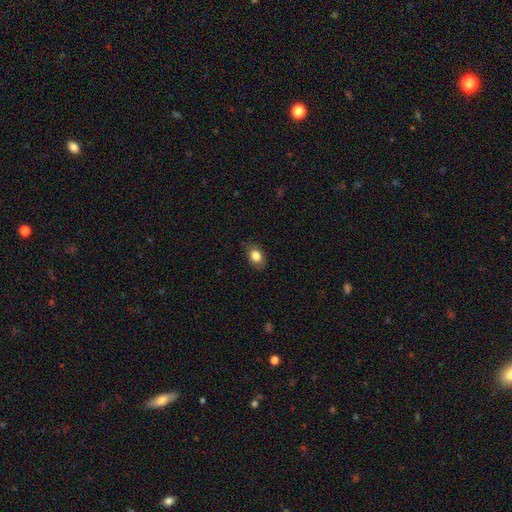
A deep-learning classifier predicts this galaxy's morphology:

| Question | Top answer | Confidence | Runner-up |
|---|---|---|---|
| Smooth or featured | smooth | 83% | star or artifact (9%) |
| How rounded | in between | 73% | round (26%) |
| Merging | none | 79% | minor disturbance (17%) |